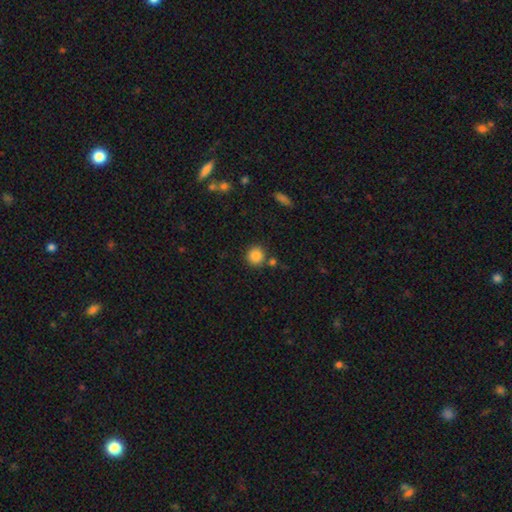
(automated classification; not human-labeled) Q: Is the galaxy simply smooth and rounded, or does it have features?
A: smooth — 86%.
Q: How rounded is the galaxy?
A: round — 92%.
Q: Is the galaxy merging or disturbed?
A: none — 79%.